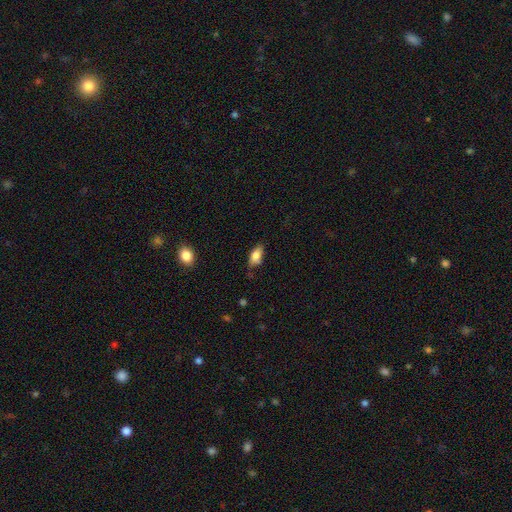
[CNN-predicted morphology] Smooth or featured?
  - smooth: 79% *
  - featured or disk: 13%
  - star or artifact: 7%
How rounded?
  - in between: 87% *
  - cigar-shaped: 9%
  - round: 4%
Merging?
  - none: 66% *
  - minor disturbance: 27%
  - major disturbance: 5%
  - merger: 2%